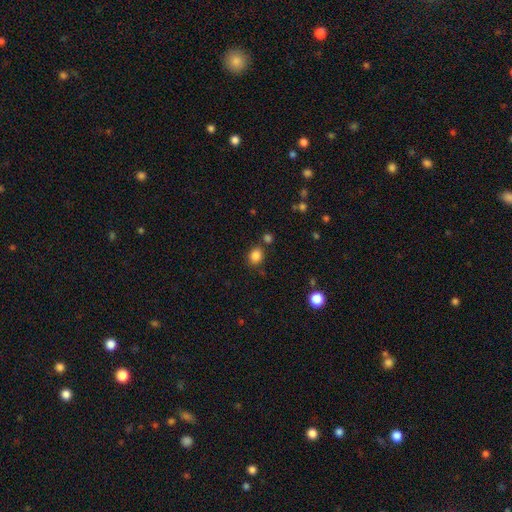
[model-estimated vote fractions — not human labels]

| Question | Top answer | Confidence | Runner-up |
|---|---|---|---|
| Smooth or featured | smooth | 84% | star or artifact (11%) |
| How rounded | round | 55% | in between (44%) |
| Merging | none | 77% | minor disturbance (11%) |